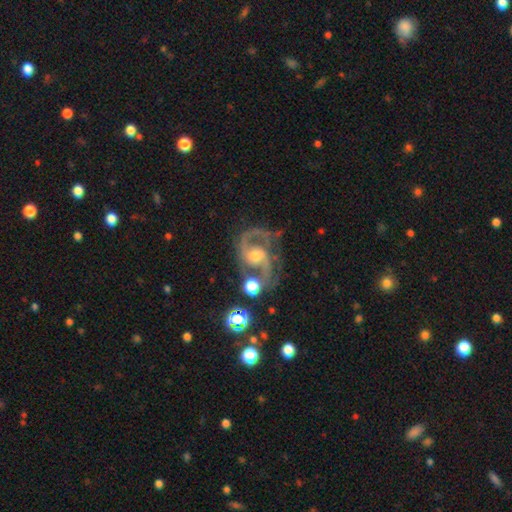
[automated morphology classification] Q: Smooth or featured?
A: featured or disk (89%); runner-up: star or artifact (6%)
Q: Edge-on disk?
A: no (98%); runner-up: yes (2%)
Q: Bar?
A: no (48%); runner-up: weak (40%)
Q: Spiral arms?
A: yes (98%); runner-up: no (2%)
Q: Spiral winding?
A: medium (63%); runner-up: loose (21%)
Q: Spiral arm count?
A: 2 (89%); runner-up: 3 (3%)
Q: Bulge size?
A: moderate (58%); runner-up: small (34%)
Q: Merging?
A: none (61%); runner-up: minor disturbance (18%)